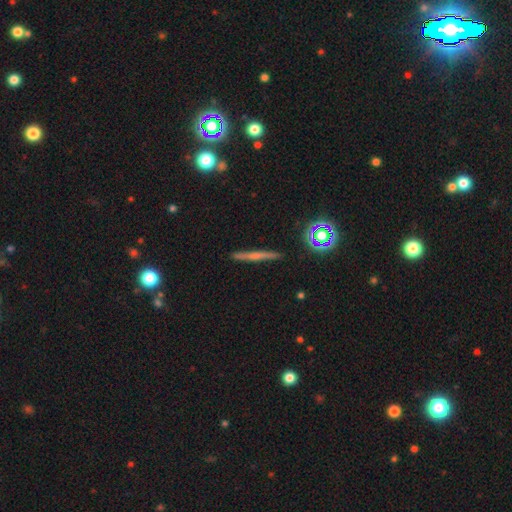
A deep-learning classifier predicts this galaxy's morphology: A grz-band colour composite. It shows a featured or disk galaxy (45%). Merging: none (90%).